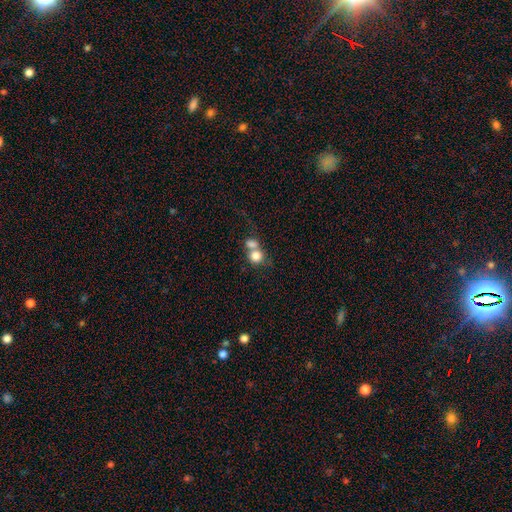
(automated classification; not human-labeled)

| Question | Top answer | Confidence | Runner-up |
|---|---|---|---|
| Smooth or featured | smooth | 78% | featured or disk (12%) |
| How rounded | round | 80% | in between (19%) |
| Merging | merger | 59% | none (31%) |